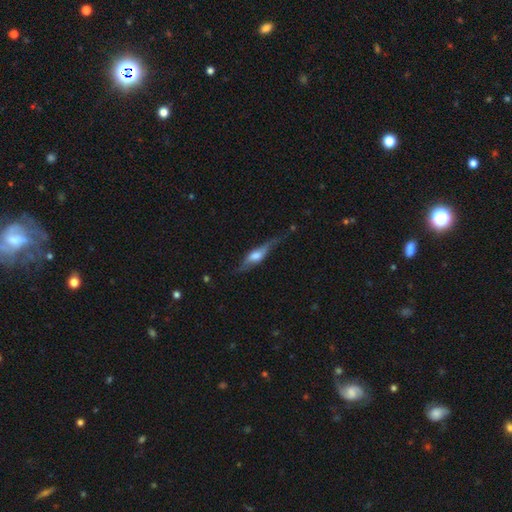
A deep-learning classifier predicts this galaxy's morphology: This appears to be a featured or disk galaxy (62%) viewed edge-on (88%) with a rounded central bulge (79%). Merging: none (65%).